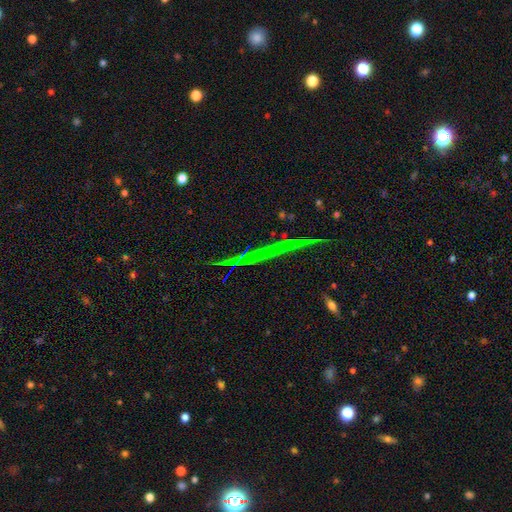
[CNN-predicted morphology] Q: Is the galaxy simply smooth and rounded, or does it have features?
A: star or artifact — 66%.